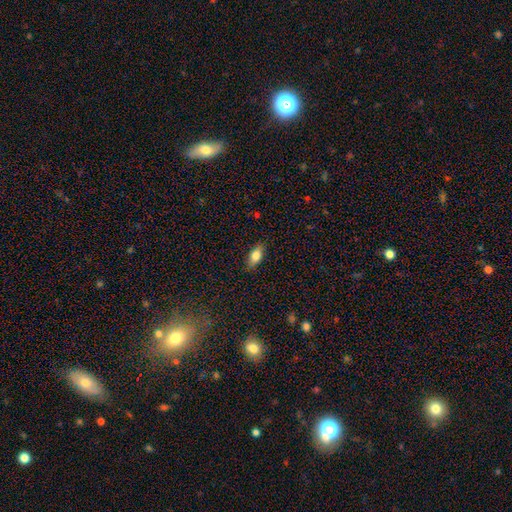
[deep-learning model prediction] The model was most divided on "smooth or featured": smooth: 80%, featured or disk: 12%, star or artifact: 8%. More confident: merging — none (87%); how rounded — in between (85%).